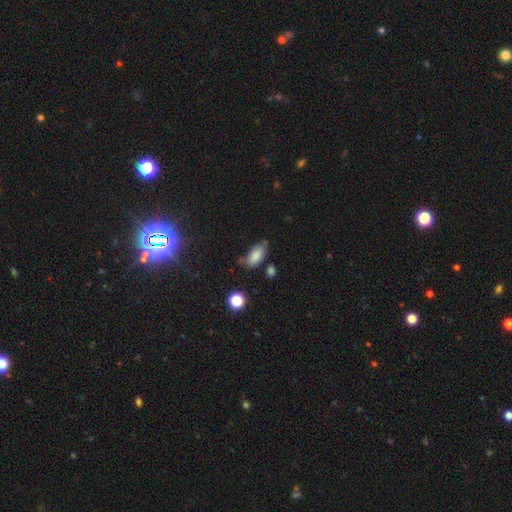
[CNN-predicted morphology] Smooth or featured?
  - smooth: 81% *
  - star or artifact: 10%
  - featured or disk: 9%
How rounded?
  - in between: 91% *
  - cigar-shaped: 6%
  - round: 4%
Merging?
  - none: 62% *
  - minor disturbance: 24%
  - merger: 8%
  - major disturbance: 6%